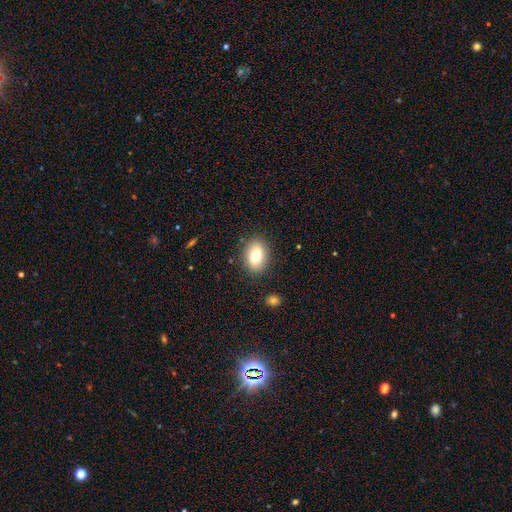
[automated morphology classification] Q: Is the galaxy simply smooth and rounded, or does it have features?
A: smooth — 73%.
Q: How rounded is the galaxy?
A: in between — 79%.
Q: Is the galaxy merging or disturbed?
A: none — 85%.